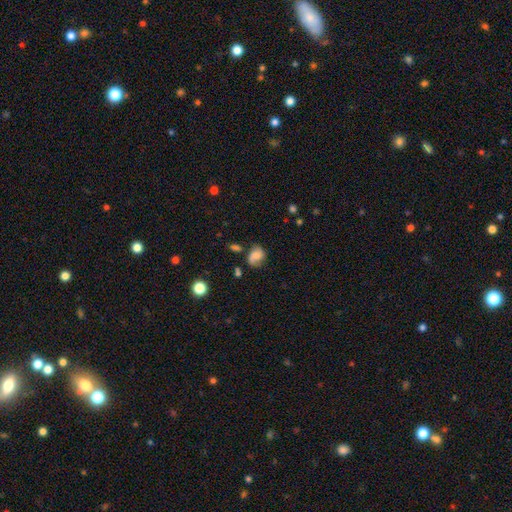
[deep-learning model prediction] The model was most divided on "smooth or featured": smooth: 47%, featured or disk: 43%, star or artifact: 10%. More confident: merging — none (58%).